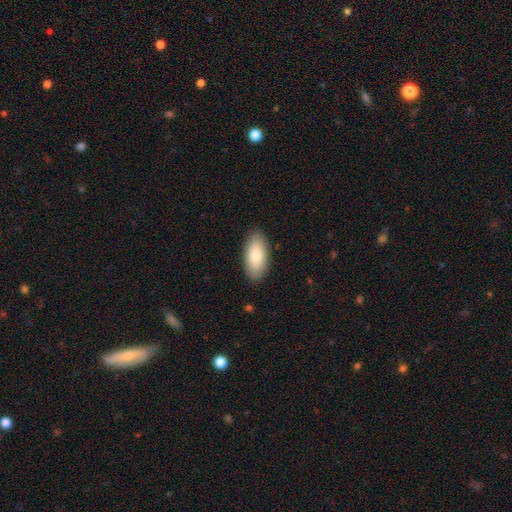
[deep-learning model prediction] A smooth galaxy with no disk features (81%) that is in between round and cigar-shaped (90%).

Vote fractions:
- Smooth or featured? smooth: 81% / featured or disk: 13% / star or artifact: 6%
- How rounded? in between: 90% / cigar-shaped: 8% / round: 2%
- Merging? none: 88% / minor disturbance: 9% / major disturbance: 2% / merger: 1%